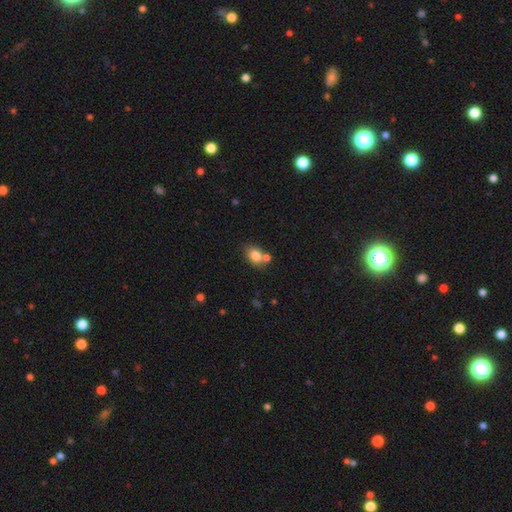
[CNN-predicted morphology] Smooth or featured? smooth (79%)
How rounded? in between (65%)
Merging? none (54%)